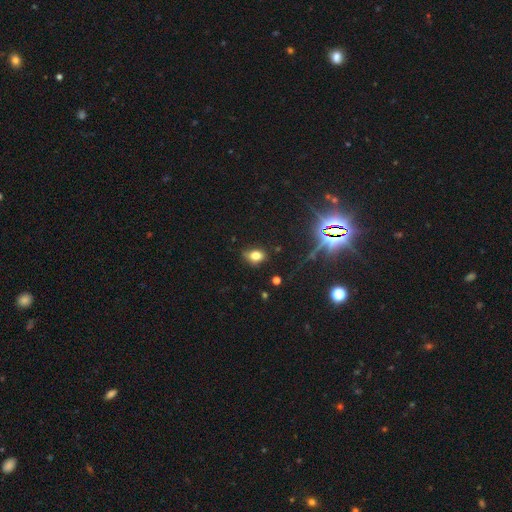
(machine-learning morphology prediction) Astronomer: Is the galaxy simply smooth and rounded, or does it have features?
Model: smooth — 74%.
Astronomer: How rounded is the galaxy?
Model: in between — 72%.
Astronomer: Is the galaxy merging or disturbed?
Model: none — 73%.